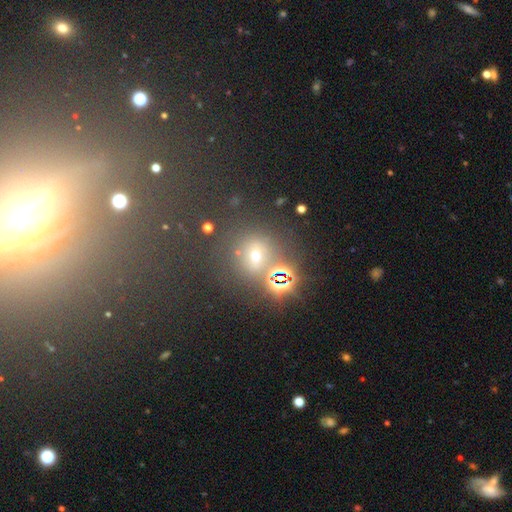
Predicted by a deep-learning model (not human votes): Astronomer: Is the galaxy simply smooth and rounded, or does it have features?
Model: star or artifact — 45% (runner-up: smooth, 43%).